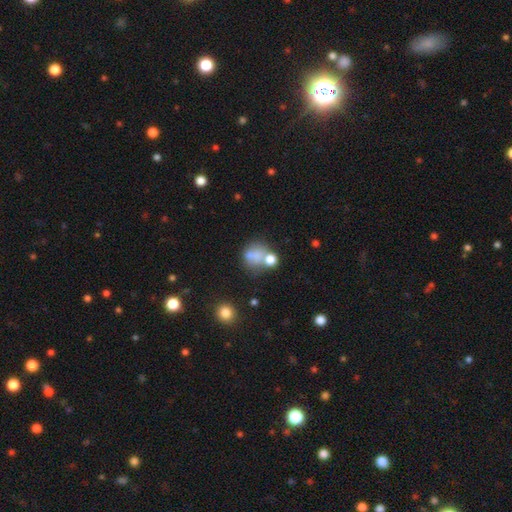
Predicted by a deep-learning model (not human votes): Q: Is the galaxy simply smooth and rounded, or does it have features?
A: smooth — 67%.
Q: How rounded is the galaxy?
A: round — 68%.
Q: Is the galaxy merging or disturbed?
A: none — 40%.